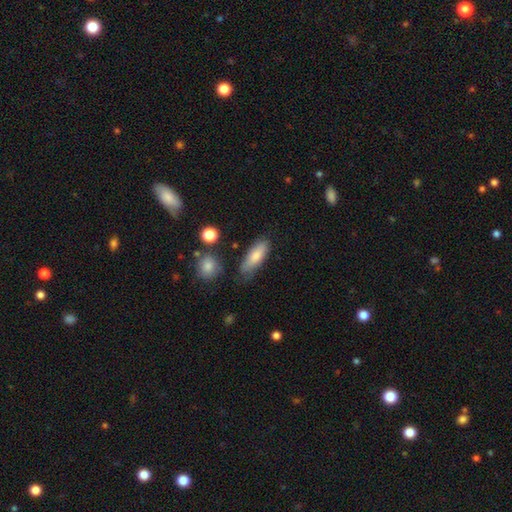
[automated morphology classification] This is likely a smooth galaxy (79%). How rounded: likely in between (63%). Merging: likely none (66%).